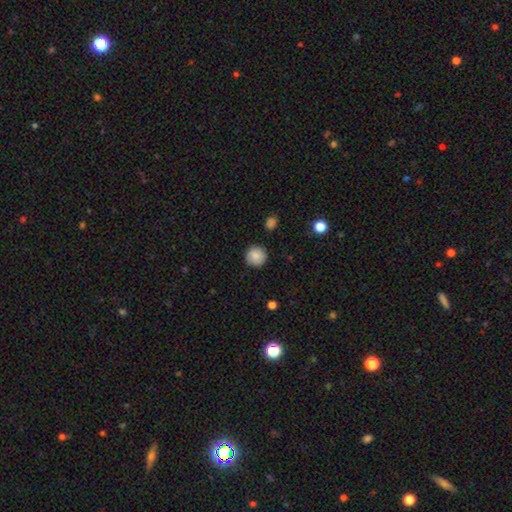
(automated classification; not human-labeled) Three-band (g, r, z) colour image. It shows a smooth galaxy with no disk features (87%) that is round (95%). Merging: none (89%).